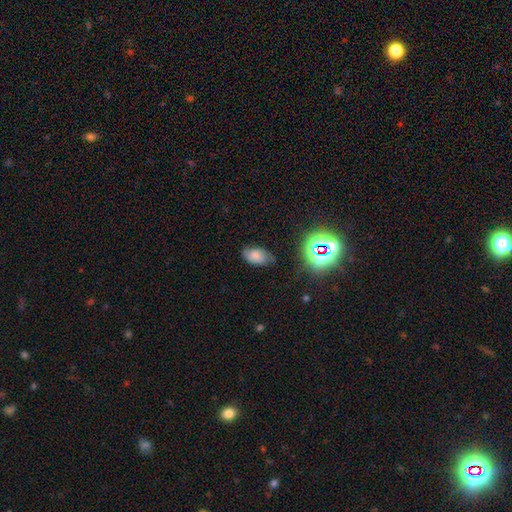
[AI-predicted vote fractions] Smooth or featured? smooth (60%)
How rounded? in between (91%)
Merging? none (65%)